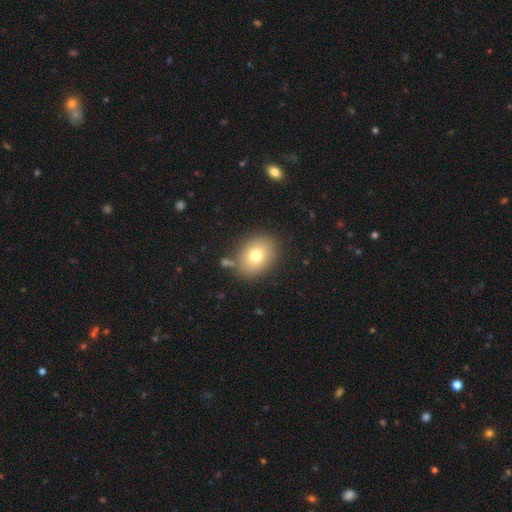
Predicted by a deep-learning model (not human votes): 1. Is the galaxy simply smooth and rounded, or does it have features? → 76% smooth, 14% featured or disk, 10% star or artifact.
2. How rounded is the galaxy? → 64% in between, 35% round, 1% cigar-shaped.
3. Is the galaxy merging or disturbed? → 83% none, 10% minor disturbance, 4% merger, 3% major disturbance.